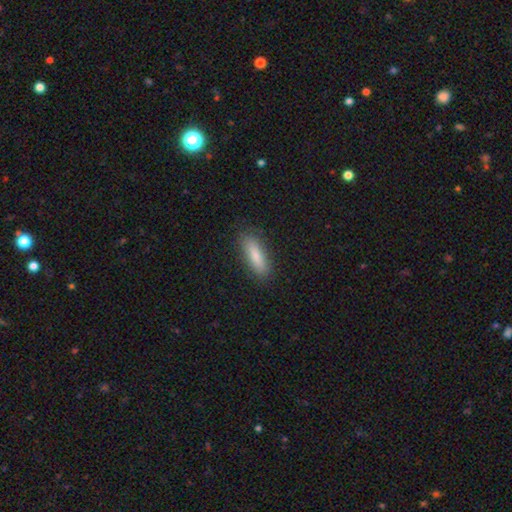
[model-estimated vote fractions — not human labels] Smooth or featured: smooth — 83% (featured or disk — 11%)
How rounded: cigar-shaped — 55% (in between — 44%)
Merging: none — 86% (minor disturbance — 10%)